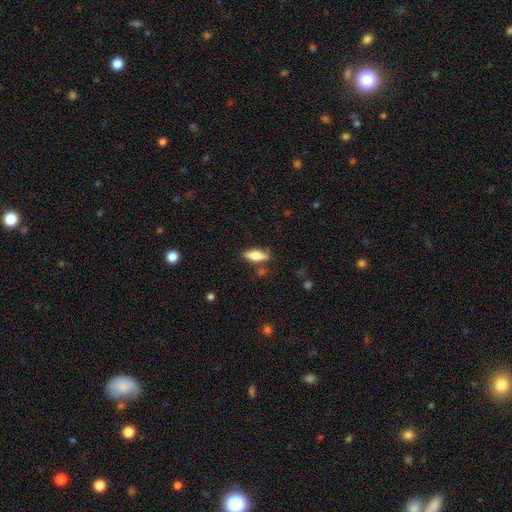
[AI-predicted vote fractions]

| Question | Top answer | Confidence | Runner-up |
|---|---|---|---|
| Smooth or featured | smooth | 67% | featured or disk (26%) |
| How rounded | in between | 68% | cigar-shaped (30%) |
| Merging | none | 81% | minor disturbance (13%) |